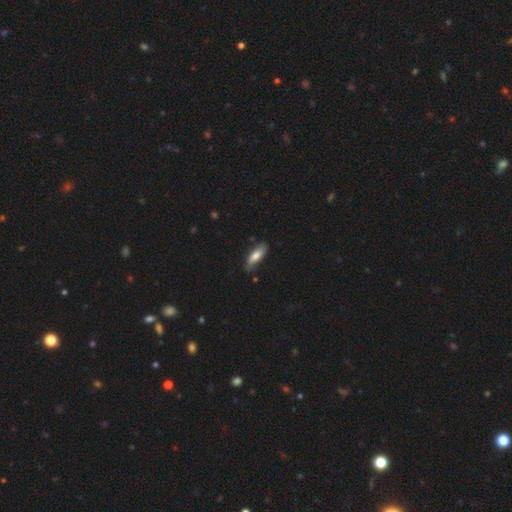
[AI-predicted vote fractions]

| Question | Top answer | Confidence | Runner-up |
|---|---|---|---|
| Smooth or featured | smooth | 72% | featured or disk (22%) |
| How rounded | in between | 61% | cigar-shaped (37%) |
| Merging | none | 73% | minor disturbance (21%) |